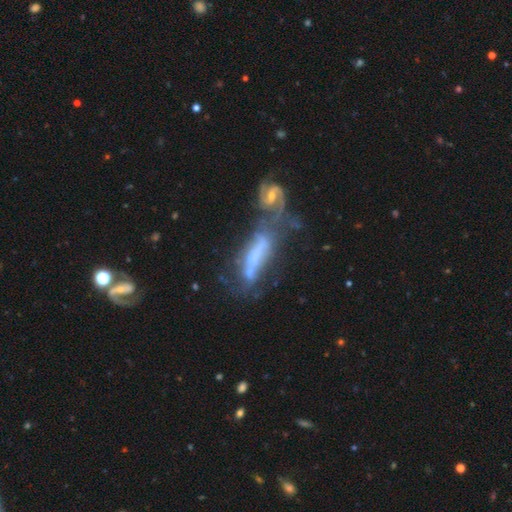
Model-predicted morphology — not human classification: Smooth or featured? Predicted: featured or disk (p=0.58). Edge-on disk? Predicted: no (p=0.79). Merging? Predicted: merger (p=0.57).